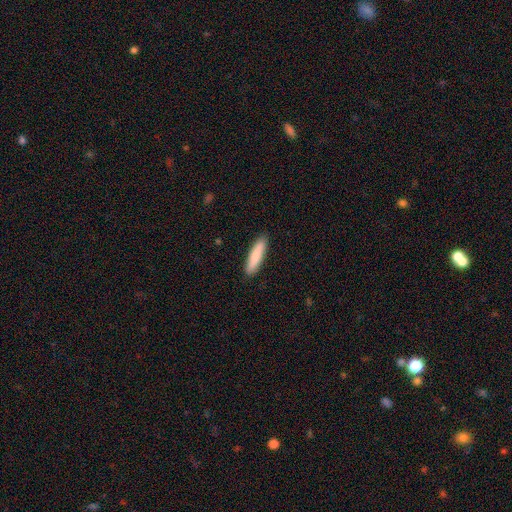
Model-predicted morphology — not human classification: This appears to be a smooth galaxy with no disk features (85%) that is cigar-shaped (79%). Merging: none (90%).